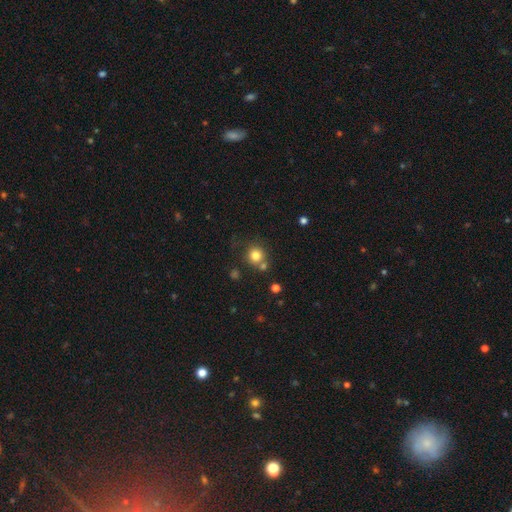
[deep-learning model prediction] smooth 80%, star or artifact 12%, featured or disk 8%. Down the decision tree: how rounded — round (90%); merging — none (65%).